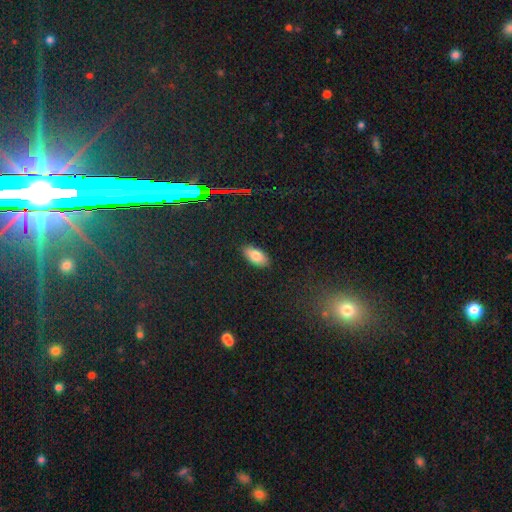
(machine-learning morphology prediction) Q: Smooth or featured?
A: smooth (83%); runner-up: star or artifact (9%)
Q: How rounded?
A: in between (92%); runner-up: cigar-shaped (6%)
Q: Merging?
A: none (88%); runner-up: minor disturbance (9%)